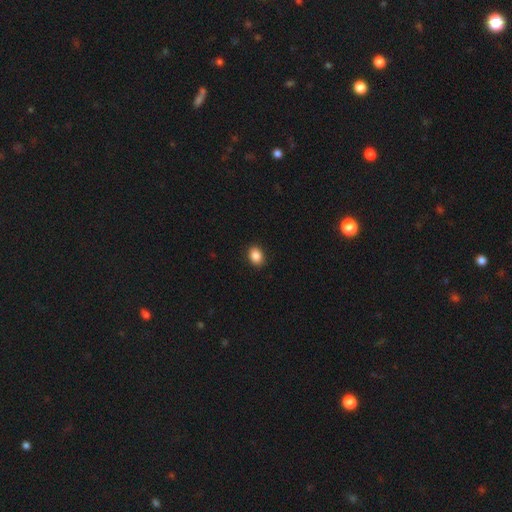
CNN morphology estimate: Smooth or featured?
  - smooth: 88% *
  - star or artifact: 9%
  - featured or disk: 4%
How rounded?
  - in between: 65% *
  - round: 34%
  - cigar-shaped: 1%
Merging?
  - none: 91% *
  - minor disturbance: 7%
  - major disturbance: 2%
  - merger: 1%